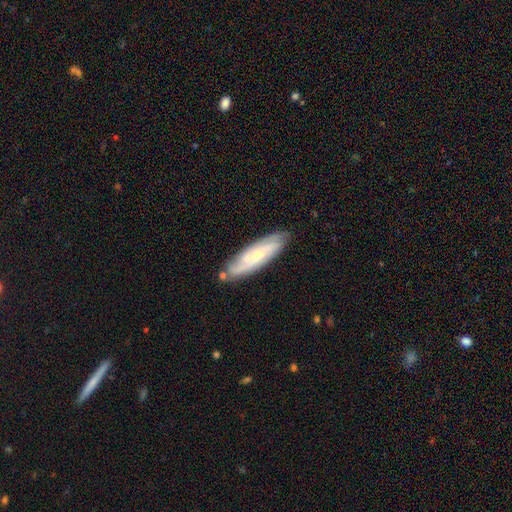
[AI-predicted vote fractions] This is likely a featured or disk galaxy (66%). It is likely not viewed edge-on (72%). Merging: likely none (78%).